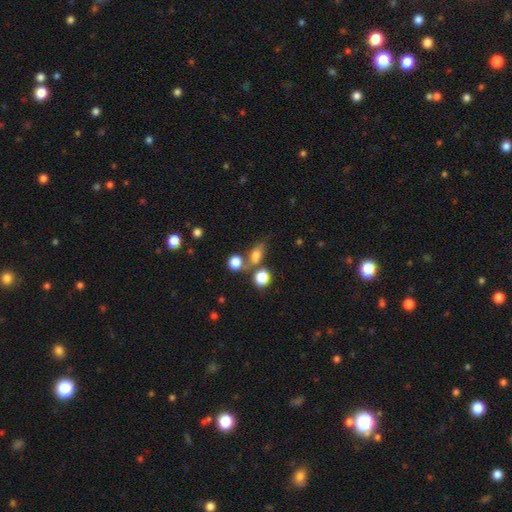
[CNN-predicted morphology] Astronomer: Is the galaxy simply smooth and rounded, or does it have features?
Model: smooth — 70%.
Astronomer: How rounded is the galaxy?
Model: in between — 65%.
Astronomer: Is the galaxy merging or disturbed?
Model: none — 49% (runner-up: merger, 26%).